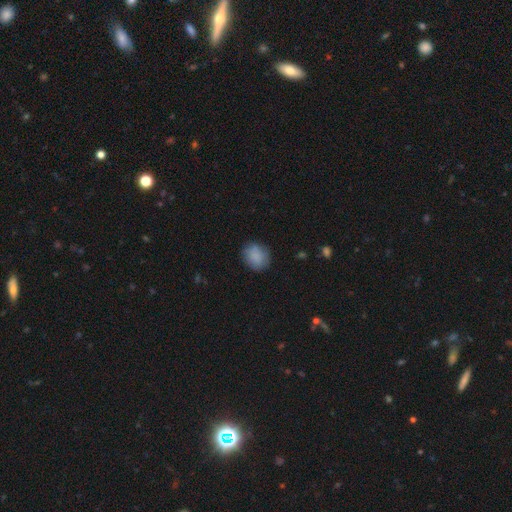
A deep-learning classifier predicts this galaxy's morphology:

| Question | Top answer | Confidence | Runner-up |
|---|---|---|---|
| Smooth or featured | smooth | 86% | star or artifact (8%) |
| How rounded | round | 66% | in between (33%) |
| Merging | none | 80% | minor disturbance (15%) |